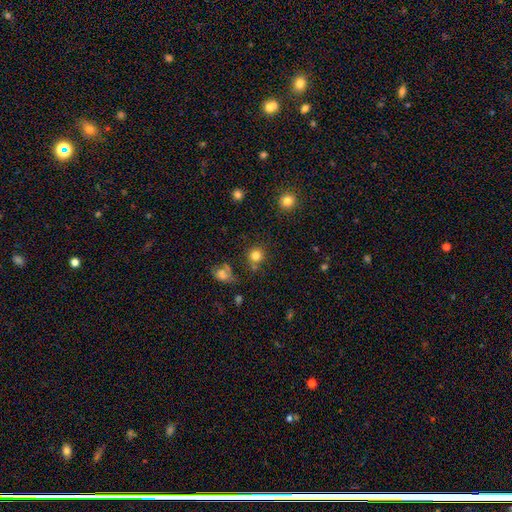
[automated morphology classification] Smooth or featured? Predicted: smooth (p=0.80). How rounded? Predicted: round (p=0.91). Merging? Predicted: none (p=0.77).